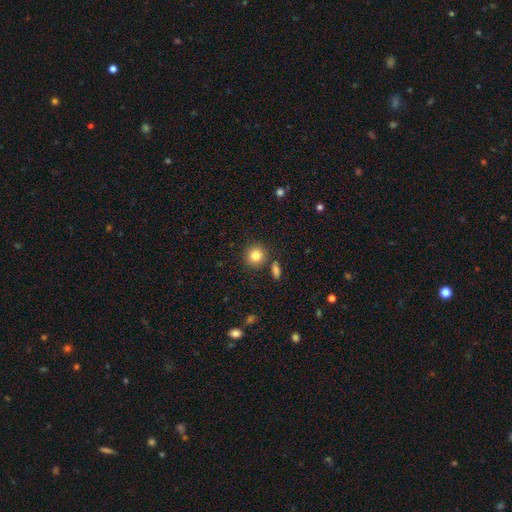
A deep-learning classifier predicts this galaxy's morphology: A smooth galaxy with no disk features (83%) that is round (89%). Merging: none (83%).